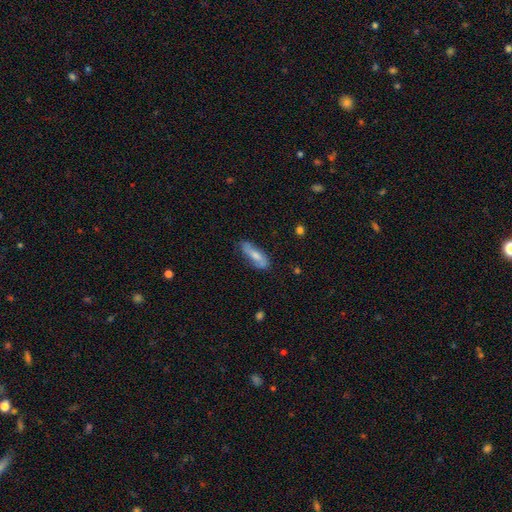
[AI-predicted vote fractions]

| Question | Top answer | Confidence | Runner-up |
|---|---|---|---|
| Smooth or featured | smooth | 62% | featured or disk (31%) |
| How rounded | in between | 56% | cigar-shaped (42%) |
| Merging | none | 65% | minor disturbance (25%) |